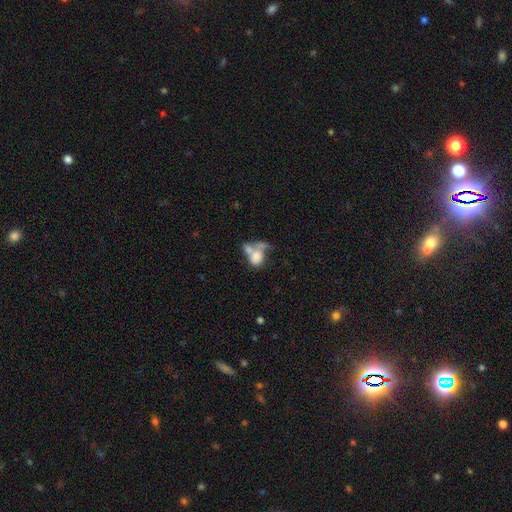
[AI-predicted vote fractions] smooth-or-featured: smooth: 66% | featured or disk: 25% | star or artifact: 9%
  how-rounded: in between: 67% | round: 31% | cigar-shaped: 2%
  merging: merger: 59% | major disturbance: 17% | none: 15% | minor disturbance: 9%